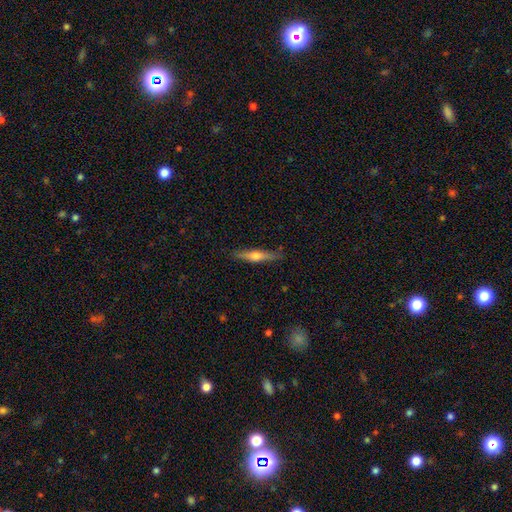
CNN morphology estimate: Smooth or featured: smooth — 48% (featured or disk — 46%)
Merging: none — 85% (minor disturbance — 11%)